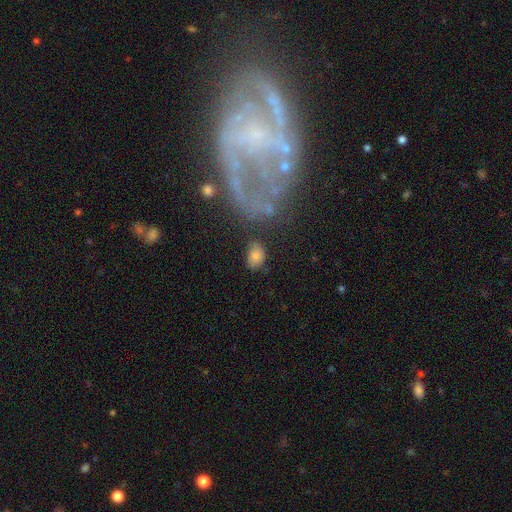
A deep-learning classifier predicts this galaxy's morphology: smooth_or_featured: smooth (p=0.76) [alt: featured or disk p=0.14]
how_rounded: in between (p=0.75) [alt: round p=0.23]
merging: none (p=0.66) [alt: minor disturbance p=0.20]